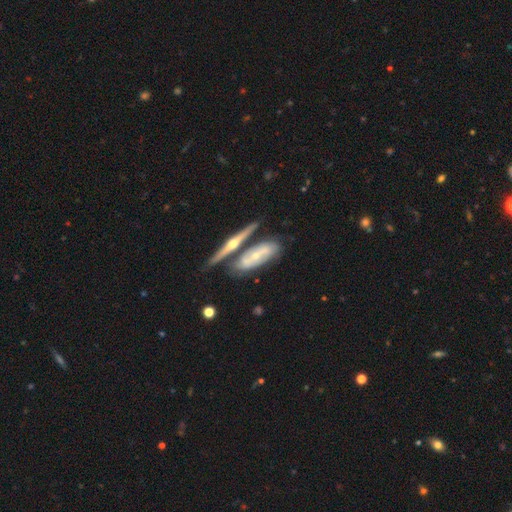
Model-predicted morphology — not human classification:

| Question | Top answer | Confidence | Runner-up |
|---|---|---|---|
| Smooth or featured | featured or disk | 72% | smooth (22%) |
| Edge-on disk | yes | 54% | no (46%) |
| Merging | none | 52% | merger (29%) |